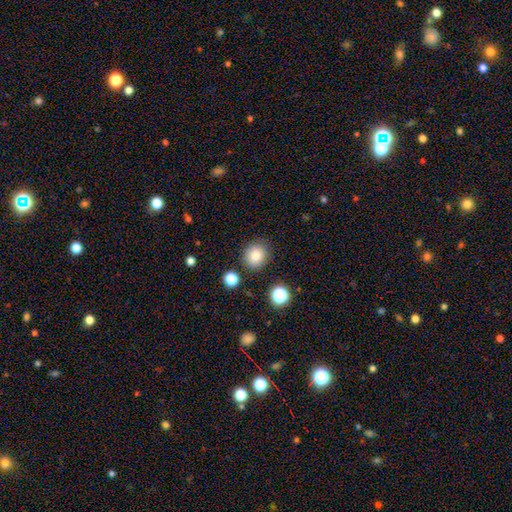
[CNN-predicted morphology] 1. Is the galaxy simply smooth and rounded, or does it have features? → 81% smooth, 12% star or artifact, 7% featured or disk.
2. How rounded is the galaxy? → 82% round, 17% in between, 1% cigar-shaped.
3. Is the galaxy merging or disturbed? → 83% none, 10% minor disturbance, 4% merger, 3% major disturbance.